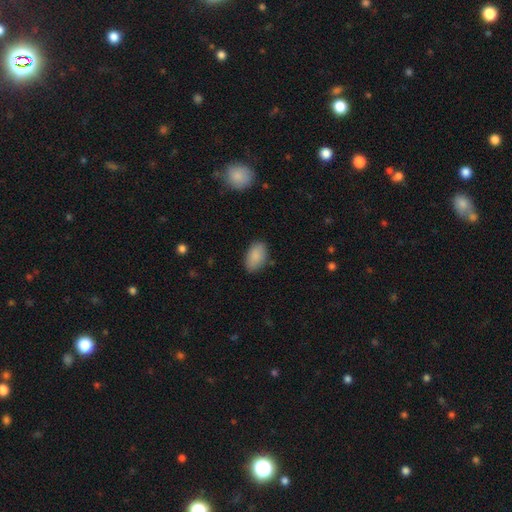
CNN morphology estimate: A smooth galaxy with no disk features (88%) that is in between round and cigar-shaped (93%). Merging: none (82%).